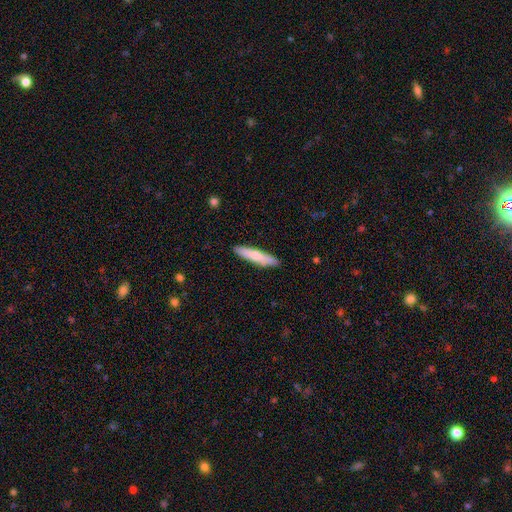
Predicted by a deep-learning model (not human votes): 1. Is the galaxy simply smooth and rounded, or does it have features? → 72% smooth, 23% featured or disk, 5% star or artifact.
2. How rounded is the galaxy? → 86% cigar-shaped, 12% in between, 1% round.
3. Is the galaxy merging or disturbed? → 89% none, 8% minor disturbance, 2% major disturbance, 1% merger.